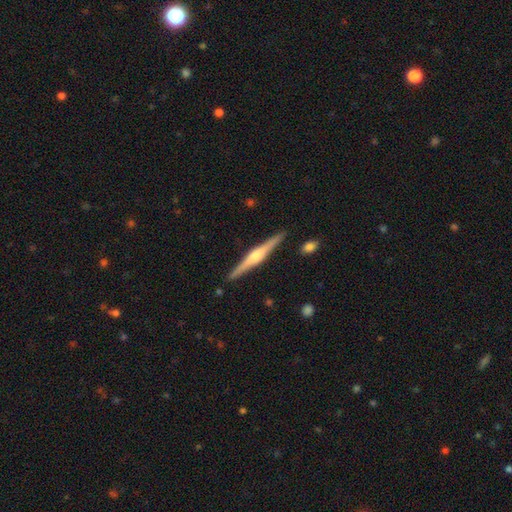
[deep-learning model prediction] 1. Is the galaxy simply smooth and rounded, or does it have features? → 78% featured or disk, 17% smooth, 5% star or artifact.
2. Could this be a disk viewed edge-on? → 98% yes, 2% no.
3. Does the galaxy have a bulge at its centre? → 79% rounded, 15% boxy, 6% none.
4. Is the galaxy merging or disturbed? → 91% none, 6% minor disturbance, 1% merger, 1% major disturbance.